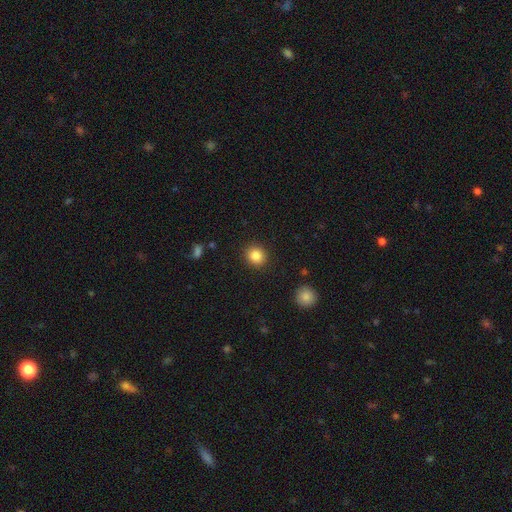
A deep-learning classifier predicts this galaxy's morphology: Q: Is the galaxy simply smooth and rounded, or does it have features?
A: smooth — 86%.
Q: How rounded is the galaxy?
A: round — 85%.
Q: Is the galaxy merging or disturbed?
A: none — 90%.